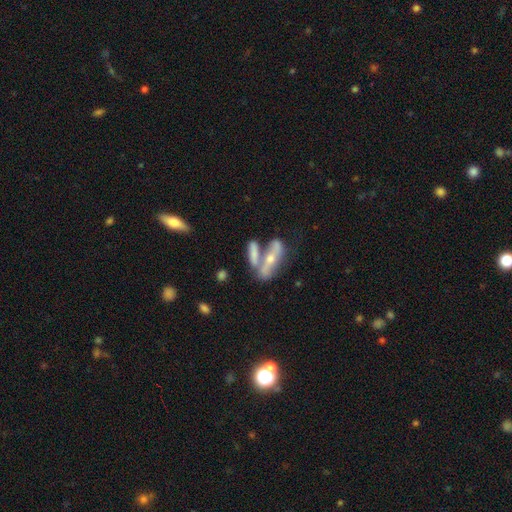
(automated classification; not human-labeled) Morphology: type=featured or disk (53%); edge-on=yes (57%); merging=merger (41%).